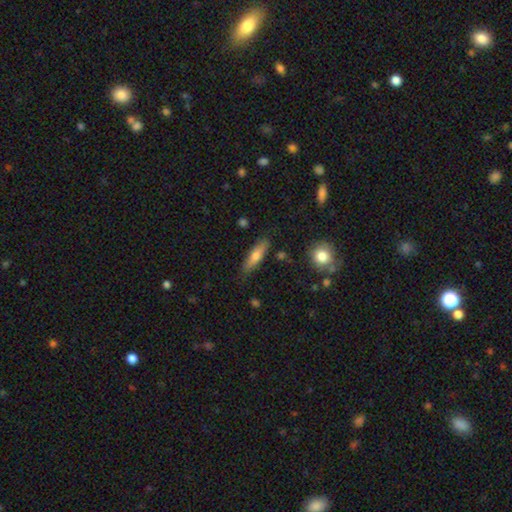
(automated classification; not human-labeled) Morphology: type=smooth (65%); roundness=cigar-shaped (66%); merging=none (83%).